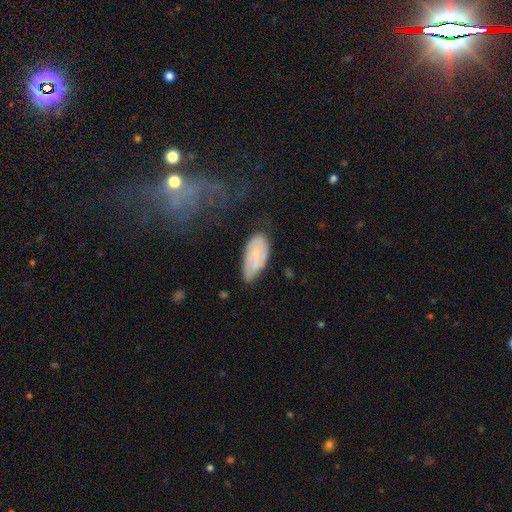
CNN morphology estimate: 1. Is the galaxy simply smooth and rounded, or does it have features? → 51% smooth, 42% featured or disk, 7% star or artifact.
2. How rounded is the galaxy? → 90% in between, 7% cigar-shaped, 3% round.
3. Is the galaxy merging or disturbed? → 60% none, 29% minor disturbance, 8% major disturbance, 3% merger.